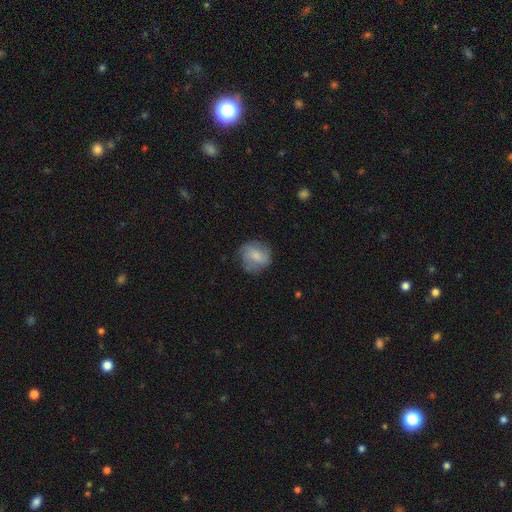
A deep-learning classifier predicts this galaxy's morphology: Overall: smooth (62%; featured or disk 31%). How rounded: round (80%). Merging: none (71%).